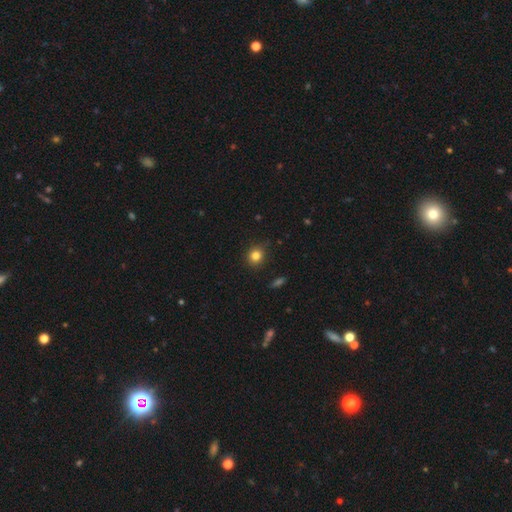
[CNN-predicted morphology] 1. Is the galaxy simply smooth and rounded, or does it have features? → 82% smooth, 12% star or artifact, 6% featured or disk.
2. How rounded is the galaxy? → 84% round, 15% in between, 1% cigar-shaped.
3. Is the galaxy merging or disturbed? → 85% none, 11% minor disturbance, 2% major disturbance, 1% merger.